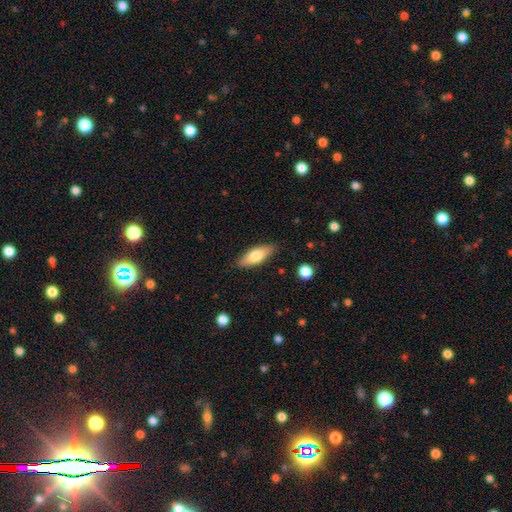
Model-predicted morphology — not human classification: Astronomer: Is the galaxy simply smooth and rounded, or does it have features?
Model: smooth — 73%.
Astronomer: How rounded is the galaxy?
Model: in between — 66%.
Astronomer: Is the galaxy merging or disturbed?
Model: none — 85%.